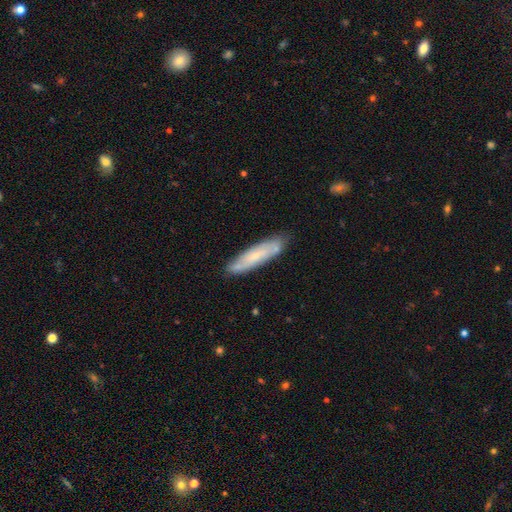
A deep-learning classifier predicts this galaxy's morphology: type=smooth (47%); merging=none (80%).